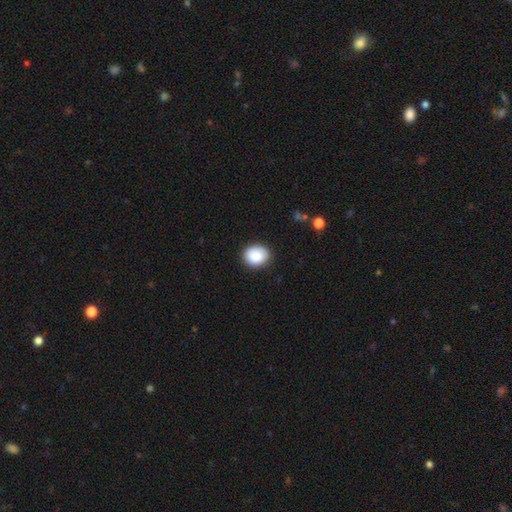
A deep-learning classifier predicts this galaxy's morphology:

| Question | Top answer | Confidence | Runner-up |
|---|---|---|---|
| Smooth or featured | smooth | 88% | star or artifact (8%) |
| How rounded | round | 65% | in between (34%) |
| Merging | none | 87% | minor disturbance (10%) |